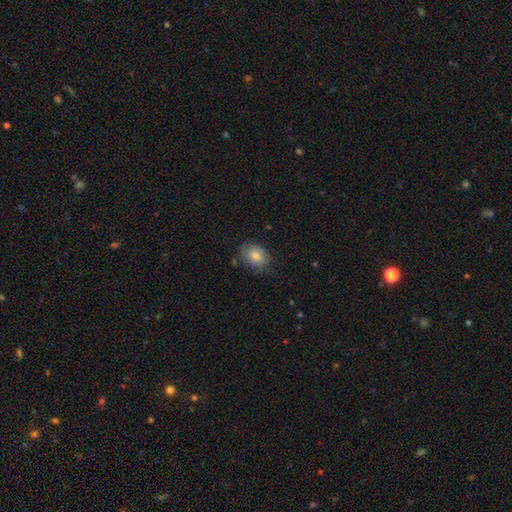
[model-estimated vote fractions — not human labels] This appears to be a smooth galaxy with no disk features (80%) that is in between round and cigar-shaped (64%). Merging: none (67%).